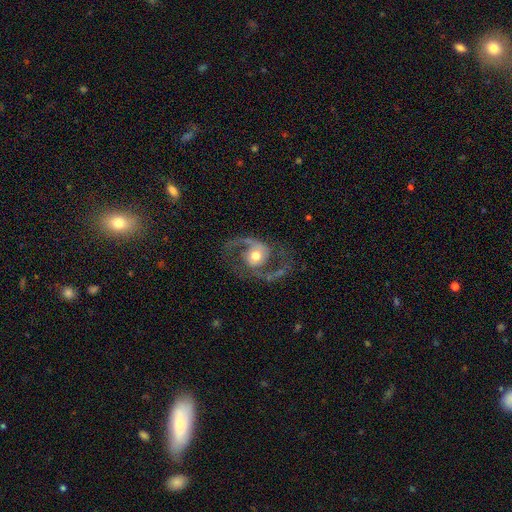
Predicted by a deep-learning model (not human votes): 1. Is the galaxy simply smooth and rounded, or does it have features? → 87% featured or disk, 8% smooth, 5% star or artifact.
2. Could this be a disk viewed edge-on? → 97% no, 3% yes.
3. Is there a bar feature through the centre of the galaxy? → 64% no, 27% weak, 9% strong.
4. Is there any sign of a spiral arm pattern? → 94% yes, 6% no.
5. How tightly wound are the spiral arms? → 55% medium, 33% loose, 12% tight.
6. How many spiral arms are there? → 91% 2, 3% 1, 2% can't tell, 1% 3, 1% 4, 1% more than 4.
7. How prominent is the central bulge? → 69% moderate, 19% large, 9% small, 2% dominant, 1% none.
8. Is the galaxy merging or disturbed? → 69% none, 15% major disturbance, 14% minor disturbance, 2% merger.